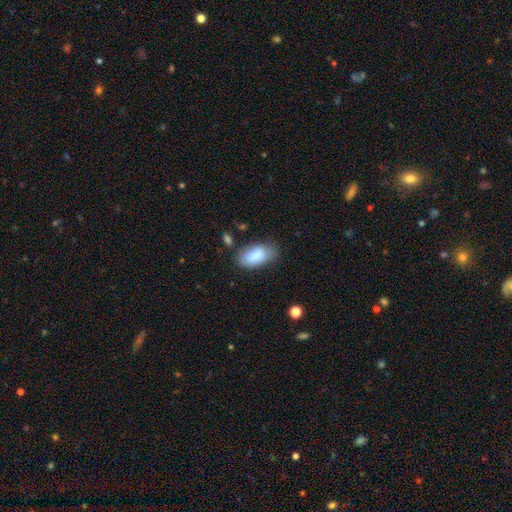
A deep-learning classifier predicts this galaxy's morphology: Smooth or featured: smooth — 86% (featured or disk — 8%)
How rounded: in between — 94% (round — 4%)
Merging: none — 69% (minor disturbance — 22%)